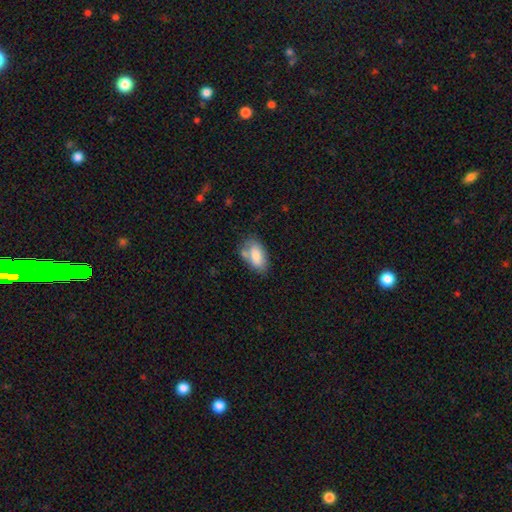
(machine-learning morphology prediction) A smooth galaxy with no disk features (80%) that is in between round and cigar-shaped (92%).

Vote fractions:
- Smooth or featured? smooth: 80% / featured or disk: 13% / star or artifact: 7%
- How rounded? in between: 92% / round: 5% / cigar-shaped: 3%
- Merging? none: 56% / minor disturbance: 21% / merger: 17% / major disturbance: 6%